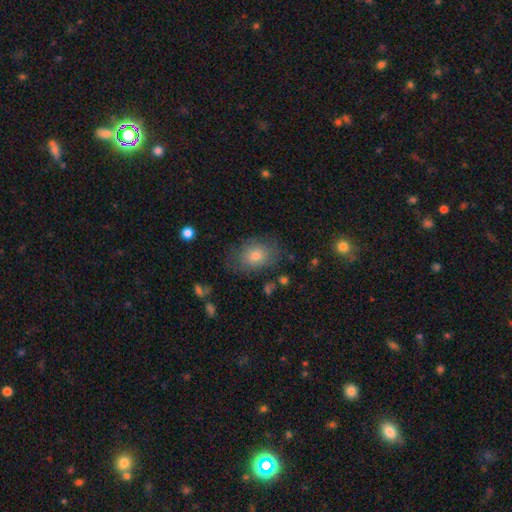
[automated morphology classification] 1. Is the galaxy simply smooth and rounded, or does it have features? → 72% smooth, 17% featured or disk, 12% star or artifact.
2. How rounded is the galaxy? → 68% in between, 30% round, 1% cigar-shaped.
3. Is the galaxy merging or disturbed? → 74% none, 17% minor disturbance, 7% major disturbance, 2% merger.